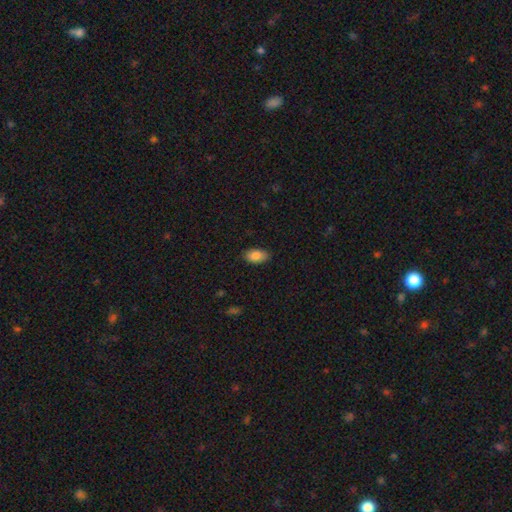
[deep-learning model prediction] Smooth or featured?
  - smooth: 87% *
  - star or artifact: 7%
  - featured or disk: 6%
How rounded?
  - in between: 93% *
  - round: 5%
  - cigar-shaped: 2%
Merging?
  - none: 86% *
  - minor disturbance: 11%
  - major disturbance: 2%
  - merger: 1%